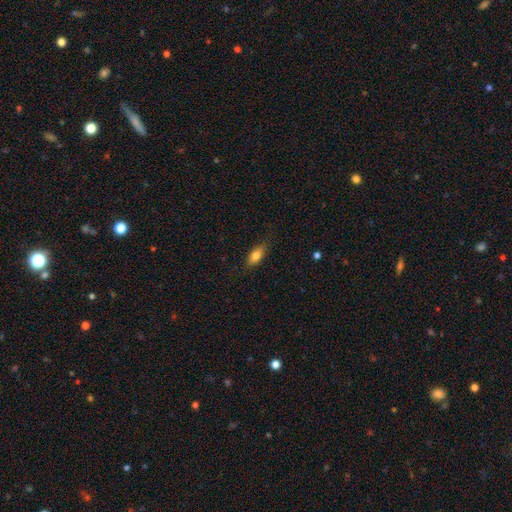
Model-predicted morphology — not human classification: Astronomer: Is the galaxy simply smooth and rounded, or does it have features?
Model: smooth — 77%.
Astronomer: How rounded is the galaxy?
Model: in between — 81%.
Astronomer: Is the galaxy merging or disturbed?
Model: none — 81%.